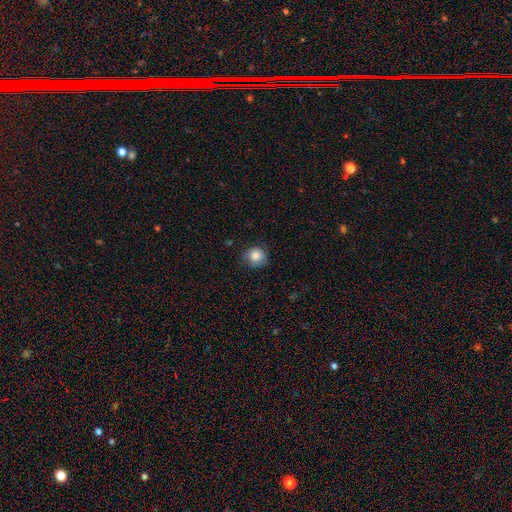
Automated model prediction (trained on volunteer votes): Smooth or featured? Predicted: smooth (p=0.86). How rounded? Predicted: round (p=0.90). Merging? Predicted: none (p=0.77).